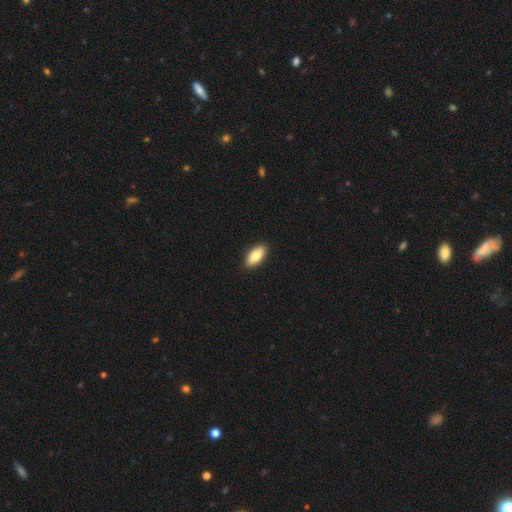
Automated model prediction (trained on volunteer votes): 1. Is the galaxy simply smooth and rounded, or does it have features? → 84% smooth, 10% featured or disk, 6% star or artifact.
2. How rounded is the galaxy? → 89% in between, 9% cigar-shaped, 2% round.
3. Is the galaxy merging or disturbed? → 91% none, 7% minor disturbance, 1% major disturbance, 1% merger.